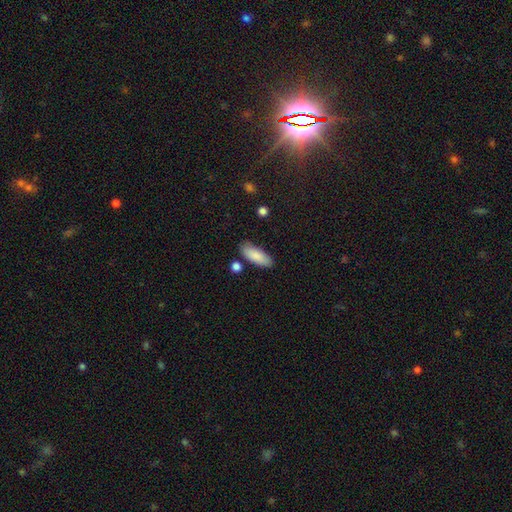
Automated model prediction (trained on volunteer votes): smooth_or_featured: smooth (p=0.86) [alt: featured or disk p=0.08]
how_rounded: in between (p=0.77) [alt: cigar-shaped p=0.22]
merging: none (p=0.78) [alt: minor disturbance p=0.15]